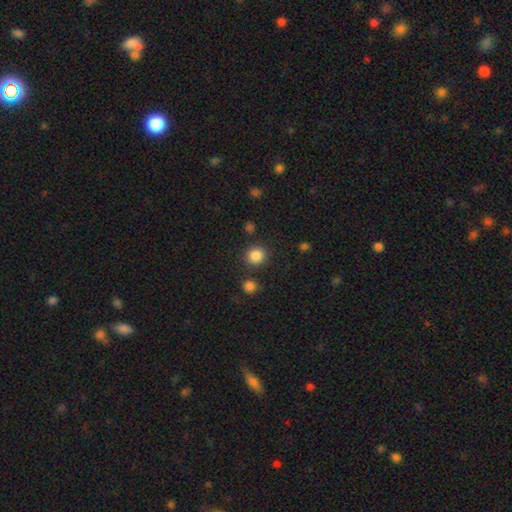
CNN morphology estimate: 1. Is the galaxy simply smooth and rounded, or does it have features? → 86% smooth, 11% star or artifact, 4% featured or disk.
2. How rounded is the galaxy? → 89% round, 10% in between, 1% cigar-shaped.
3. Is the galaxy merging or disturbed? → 85% none, 7% minor disturbance, 5% merger, 3% major disturbance.